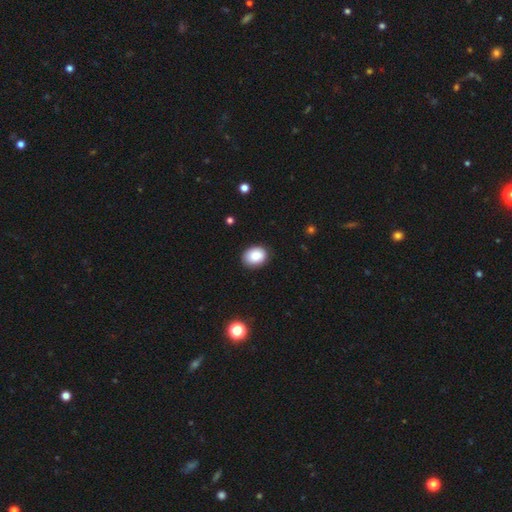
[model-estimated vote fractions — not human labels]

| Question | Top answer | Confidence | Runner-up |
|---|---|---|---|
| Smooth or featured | smooth | 87% | star or artifact (8%) |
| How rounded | in between | 63% | round (36%) |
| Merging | none | 86% | minor disturbance (11%) |